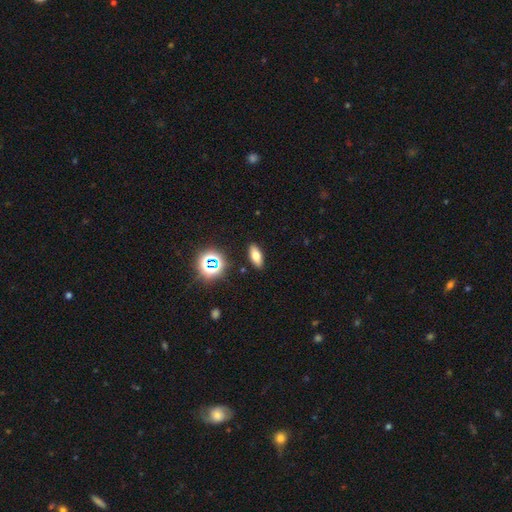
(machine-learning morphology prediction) A smooth galaxy with no disk features (68%) that is in between round and cigar-shaped (75%).

Vote fractions:
- Smooth or featured? smooth: 68% / star or artifact: 17% / featured or disk: 15%
- How rounded? in between: 75% / cigar-shaped: 19% / round: 7%
- Merging? none: 89% / minor disturbance: 7% / major disturbance: 2% / merger: 2%